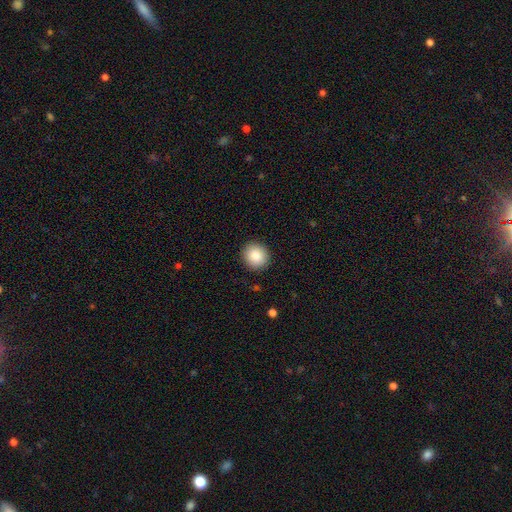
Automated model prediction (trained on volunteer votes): A smooth galaxy with no disk features (86%) that is round (90%). Merging: none (91%).